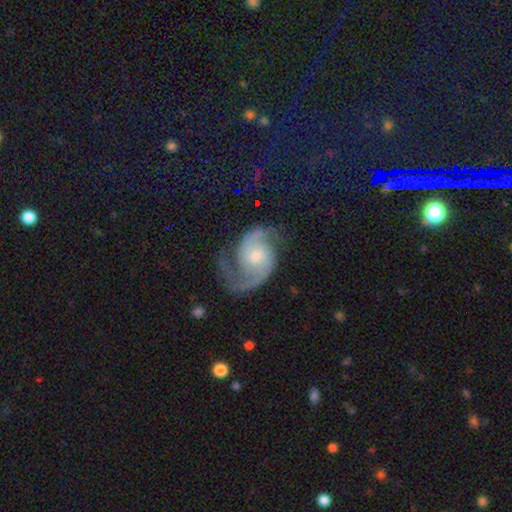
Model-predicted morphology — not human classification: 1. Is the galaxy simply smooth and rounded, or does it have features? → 90% featured or disk, 5% star or artifact, 5% smooth.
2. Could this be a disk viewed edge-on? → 98% no, 2% yes.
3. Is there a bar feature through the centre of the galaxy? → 59% no, 35% weak, 6% strong.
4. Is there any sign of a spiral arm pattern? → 98% yes, 2% no.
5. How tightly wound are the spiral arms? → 57% medium, 22% loose, 21% tight.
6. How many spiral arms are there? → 93% 2, 2% can't tell, 2% 1, 1% 3, 1% 4, 1% more than 4.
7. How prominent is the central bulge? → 51% moderate, 27% small, 13% large, 8% none, 2% dominant.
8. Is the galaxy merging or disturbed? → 72% none, 17% minor disturbance, 9% major disturbance, 2% merger.